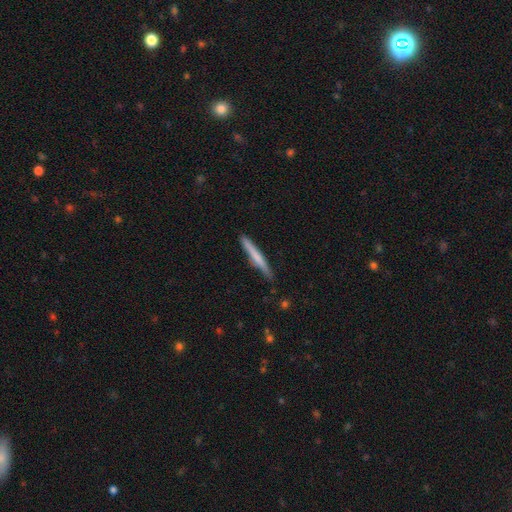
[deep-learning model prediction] Smooth or featured?
  - smooth: 60% *
  - featured or disk: 35%
  - star or artifact: 5%
How rounded?
  - cigar-shaped: 96% *
  - in between: 3%
  - round: 1%
Merging?
  - none: 85% *
  - minor disturbance: 12%
  - major disturbance: 2%
  - merger: 1%